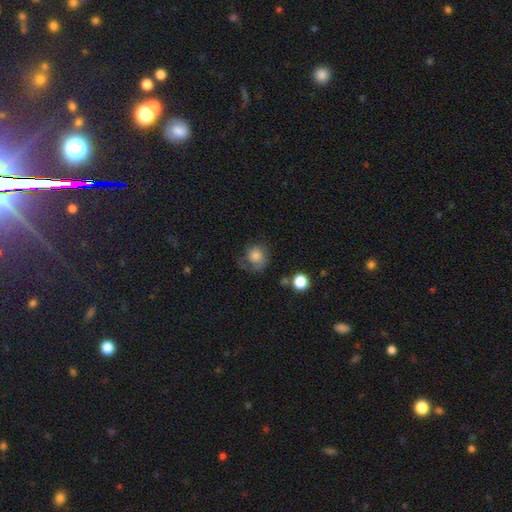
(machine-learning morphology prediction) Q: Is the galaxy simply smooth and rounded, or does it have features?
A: smooth — 74%.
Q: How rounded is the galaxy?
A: round — 76%.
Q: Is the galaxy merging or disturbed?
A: none — 46%.